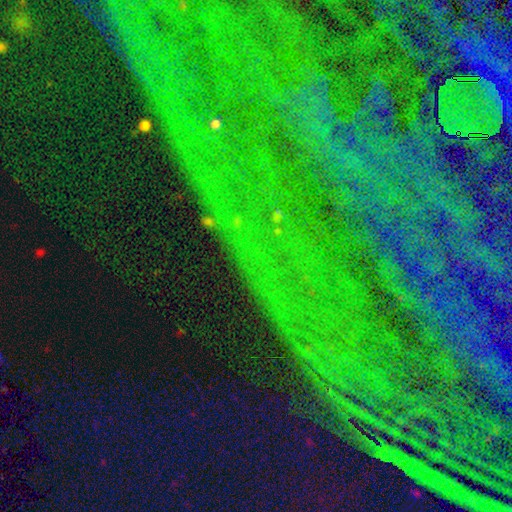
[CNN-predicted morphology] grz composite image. It shows a star or artifact, not a galaxy (84%).